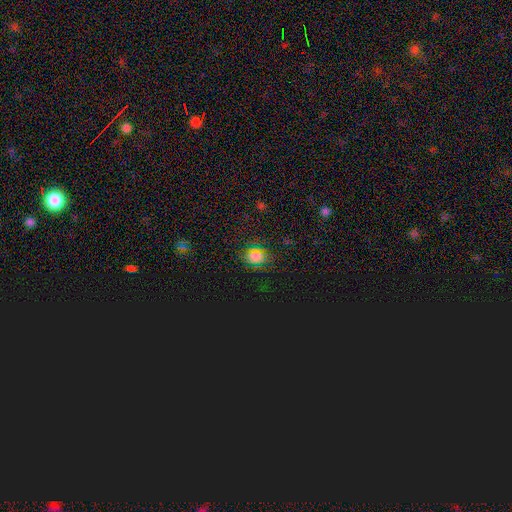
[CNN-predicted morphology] Smooth or featured? Predicted: smooth (p=0.47). Merging? Predicted: none (p=0.83).